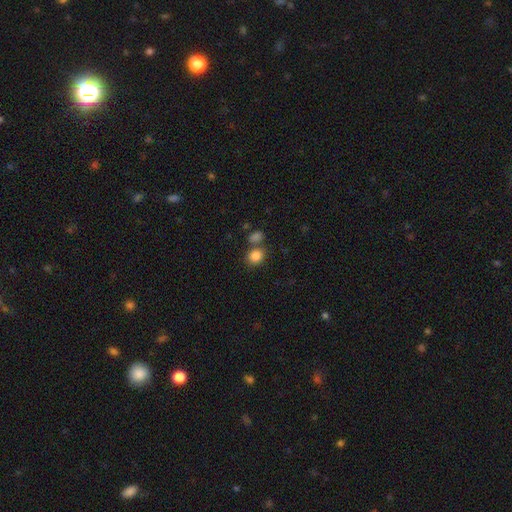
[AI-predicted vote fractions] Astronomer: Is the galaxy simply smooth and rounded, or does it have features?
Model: smooth — 84%.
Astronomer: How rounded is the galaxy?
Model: round — 67%.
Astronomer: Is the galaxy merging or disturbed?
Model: none — 64%.